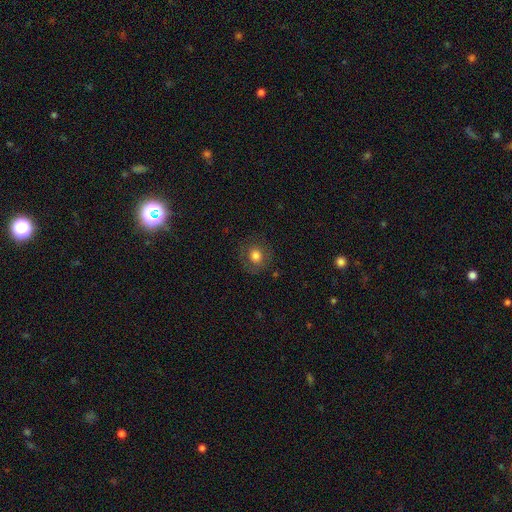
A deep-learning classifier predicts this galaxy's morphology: The model was most divided on "smooth or featured": smooth: 74%, featured or disk: 14%, star or artifact: 11%. More confident: how rounded — round (83%); merging — none (83%).